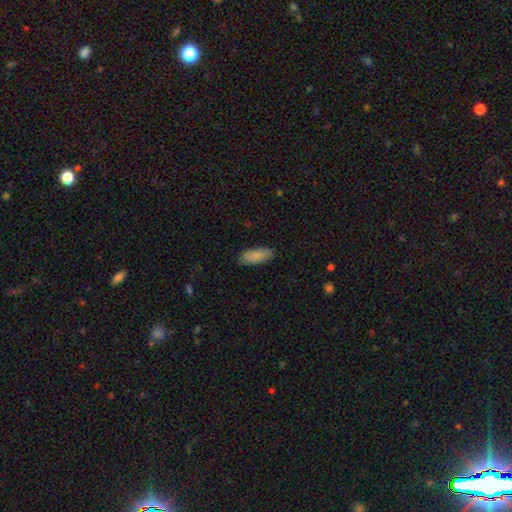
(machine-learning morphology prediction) Smooth or featured: smooth — 88% (featured or disk — 6%)
How rounded: in between — 76% (cigar-shaped — 22%)
Merging: none — 85% (minor disturbance — 11%)